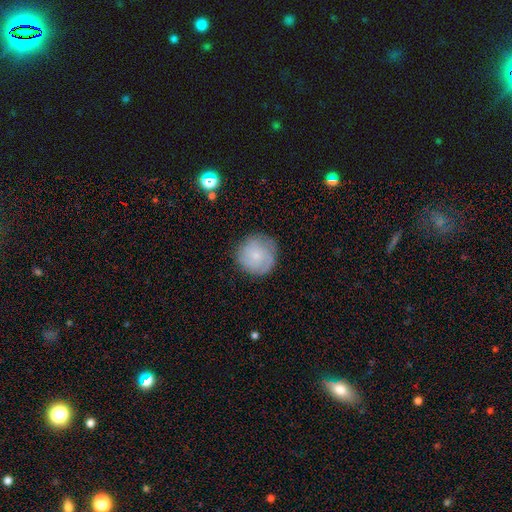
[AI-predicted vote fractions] Morphology: type=smooth (51%); roundness=round (94%); merging=none (82%).